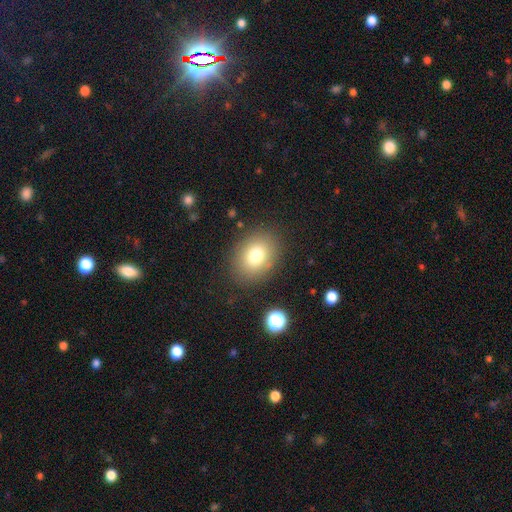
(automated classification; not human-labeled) Smooth or featured?
  - smooth: 76% *
  - star or artifact: 13%
  - featured or disk: 11%
How rounded?
  - in between: 53% *
  - round: 47%
  - cigar-shaped: 1%
Merging?
  - none: 85% *
  - minor disturbance: 10%
  - major disturbance: 4%
  - merger: 2%